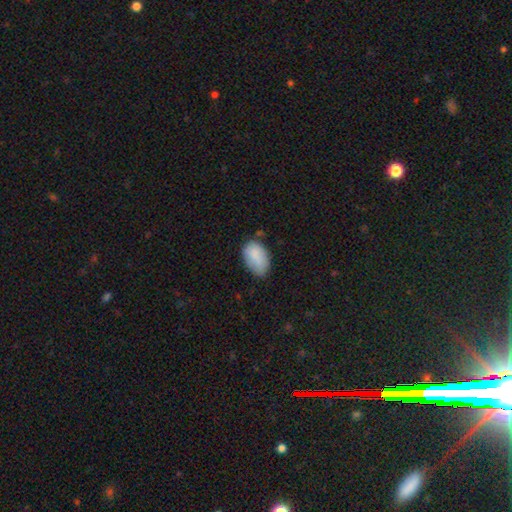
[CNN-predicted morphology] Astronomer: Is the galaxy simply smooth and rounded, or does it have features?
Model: smooth — 86%.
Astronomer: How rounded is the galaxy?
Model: in between — 91%.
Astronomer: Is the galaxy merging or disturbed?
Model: none — 59%.